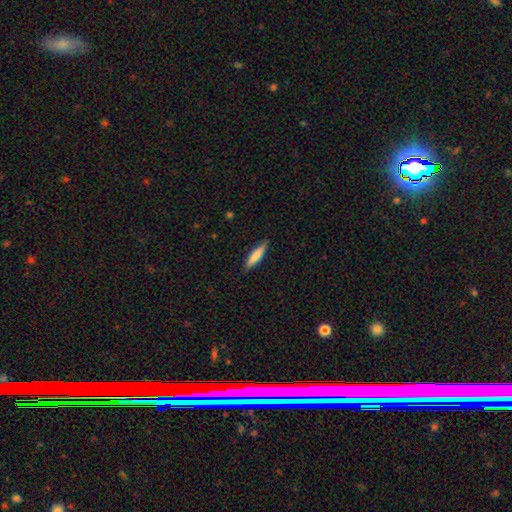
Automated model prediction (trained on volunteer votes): Smooth or featured: smooth — 75% (featured or disk — 19%)
How rounded: cigar-shaped — 82% (in between — 17%)
Merging: none — 88% (minor disturbance — 9%)